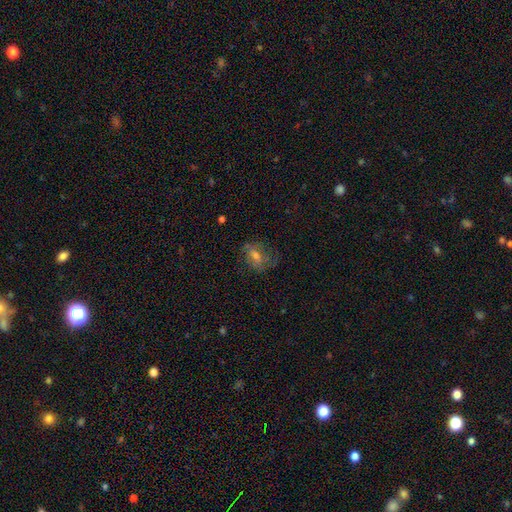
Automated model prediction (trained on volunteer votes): The model was most divided on "smooth or featured": smooth: 42%, featured or disk: 41%, star or artifact: 17%. More confident: merging — none (64%).